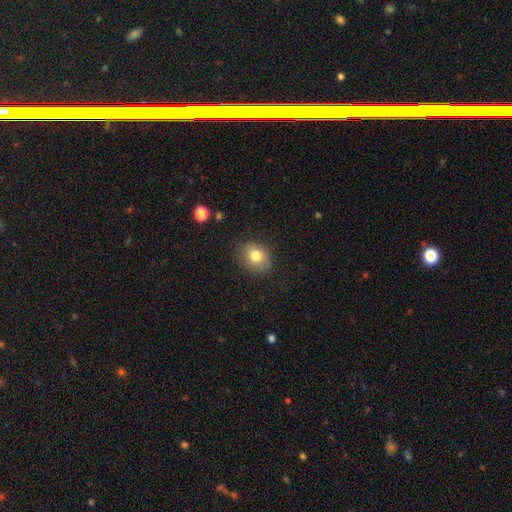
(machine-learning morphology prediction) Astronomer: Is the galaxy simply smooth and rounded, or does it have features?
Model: smooth — 78%.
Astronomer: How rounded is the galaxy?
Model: in between — 52% (runner-up: round, 47%).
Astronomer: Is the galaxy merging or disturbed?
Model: none — 80%.